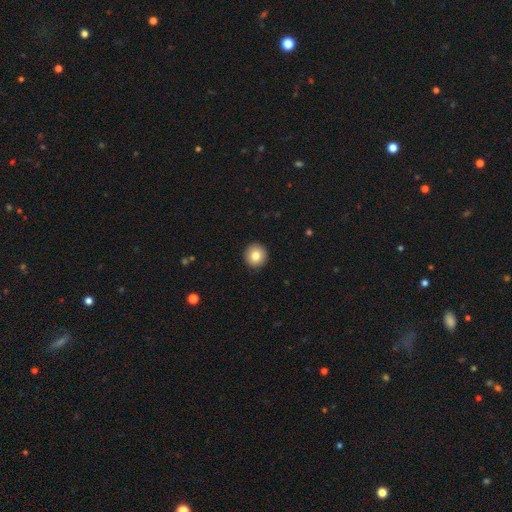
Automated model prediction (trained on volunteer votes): smooth 82%, featured or disk 9%, star or artifact 9%. Down the decision tree: how rounded — round (95%); merging — none (93%).